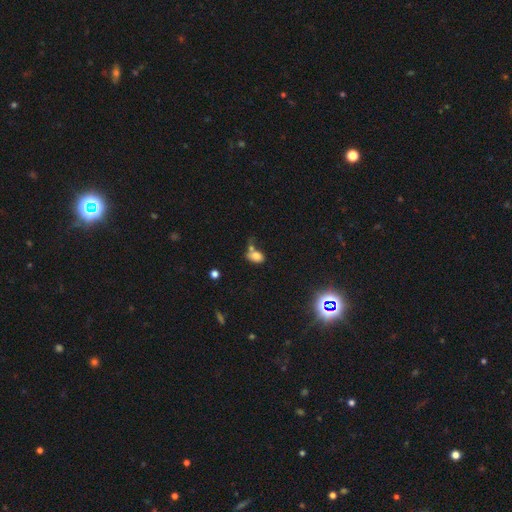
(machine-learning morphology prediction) Smooth or featured: smooth — 78% (star or artifact — 12%)
How rounded: in between — 84% (round — 14%)
Merging: none — 40% (merger — 33%)